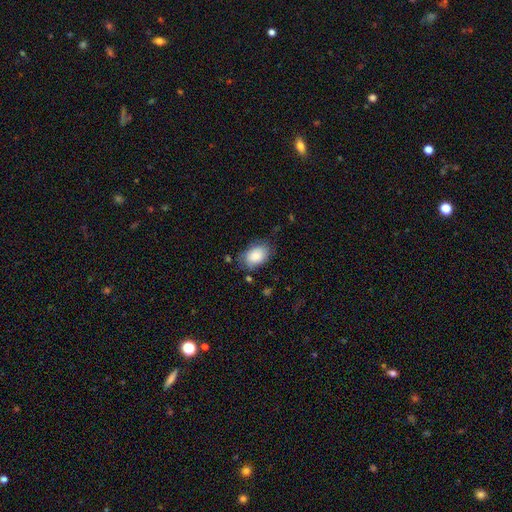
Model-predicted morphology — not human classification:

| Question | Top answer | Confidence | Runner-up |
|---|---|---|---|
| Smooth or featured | smooth | 79% | featured or disk (14%) |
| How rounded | in between | 85% | round (14%) |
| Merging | none | 63% | minor disturbance (26%) |